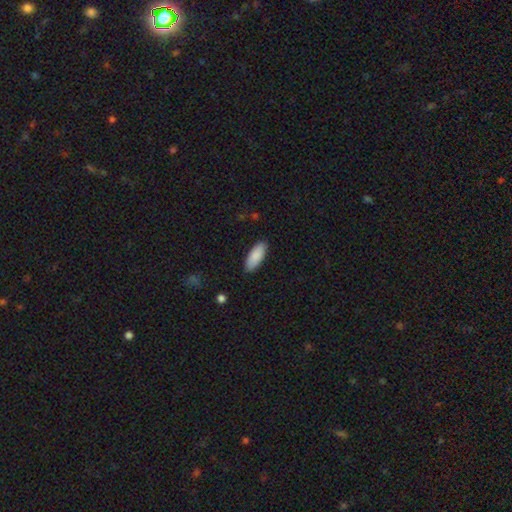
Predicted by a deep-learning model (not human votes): The model was most divided on "how rounded": in between: 79%, cigar-shaped: 19%, round: 2%. More confident: smooth or featured — smooth (89%); merging — none (89%).